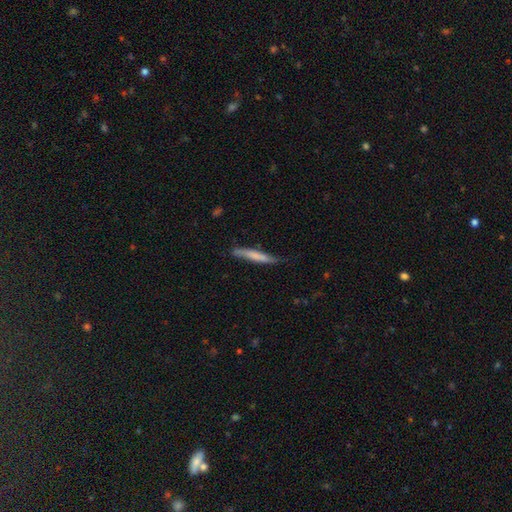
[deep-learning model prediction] Morphology: type=smooth (65%); roundness=cigar-shaped (93%); merging=none (71%).